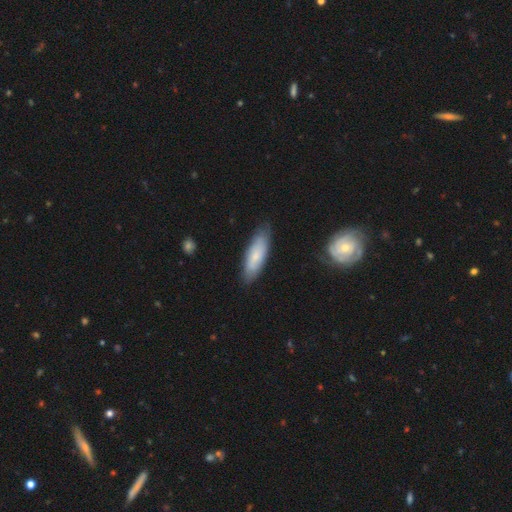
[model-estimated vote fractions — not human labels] Smooth or featured? smooth (67%)
How rounded? in between (50%)
Merging? none (79%)